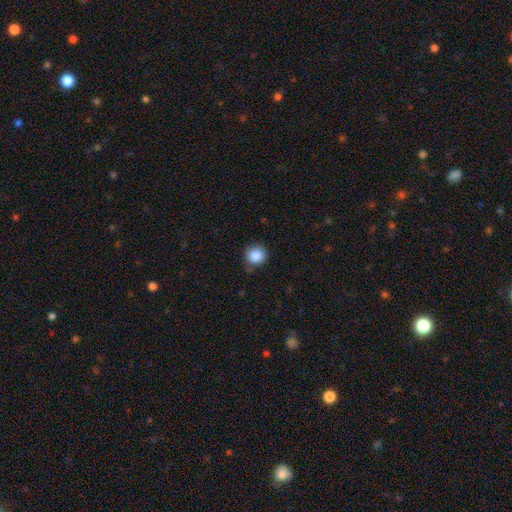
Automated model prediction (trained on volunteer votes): This appears to be a smooth galaxy with no disk features (87%) that is round (90%). Merging: none (82%).